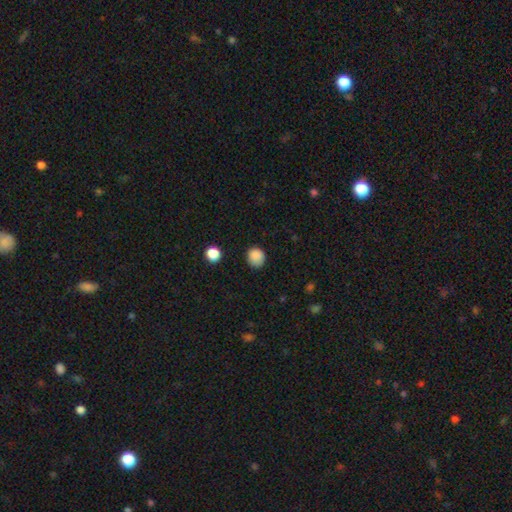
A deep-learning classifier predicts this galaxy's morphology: This is clearly a smooth galaxy (86%). How rounded: clearly round (85%). Merging: clearly none (83%).